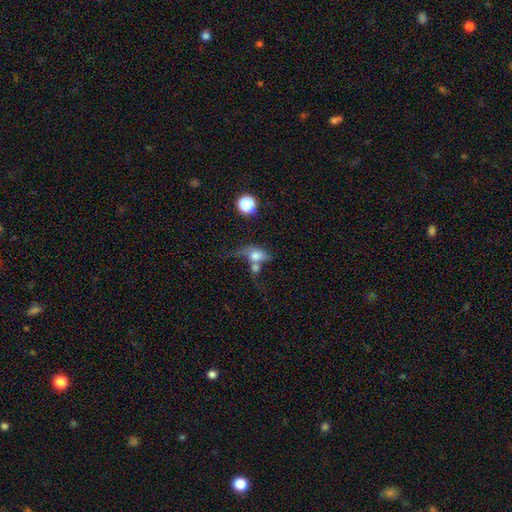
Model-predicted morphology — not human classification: A smooth galaxy with no disk features (62%) that is in between round and cigar-shaped (64%).

Vote fractions:
- Smooth or featured? smooth: 62% / featured or disk: 26% / star or artifact: 12%
- How rounded? in between: 64% / round: 30% / cigar-shaped: 6%
- Merging? merger: 48% / major disturbance: 21% / none: 20% / minor disturbance: 12%